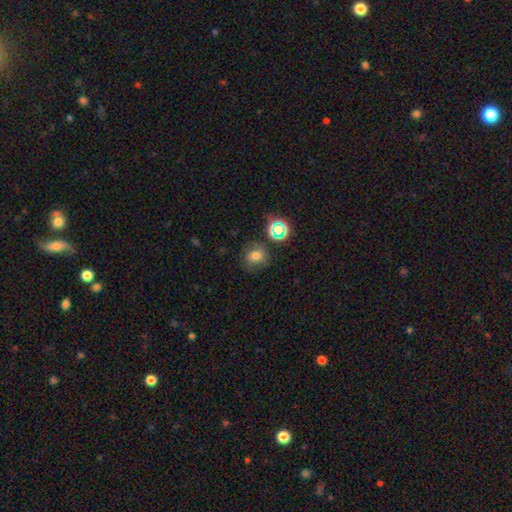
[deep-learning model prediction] Morphology: type=smooth (62%); roundness=round (81%); merging=none (71%).